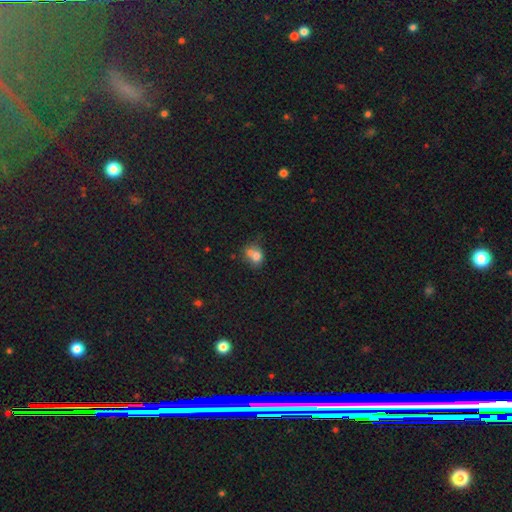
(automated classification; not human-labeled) Q: Smooth or featured?
A: smooth (72%); runner-up: featured or disk (15%)
Q: How rounded?
A: round (55%); runner-up: in between (44%)
Q: Merging?
A: merger (40%); runner-up: none (33%)